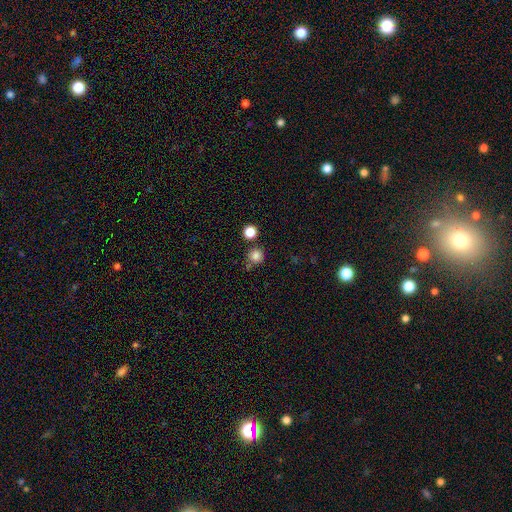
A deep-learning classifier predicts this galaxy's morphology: smooth-or-featured: smooth: 82% | star or artifact: 13% | featured or disk: 5%
  how-rounded: round: 94% | in between: 5% | cigar-shaped: 1%
  merging: none: 76% | merger: 11% | minor disturbance: 10% | major disturbance: 3%